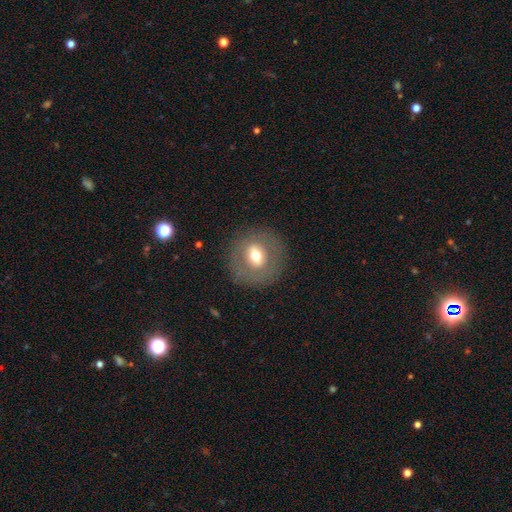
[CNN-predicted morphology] Overall: smooth (54%; featured or disk 37%). How rounded: round (83%). Merging: none (84%).